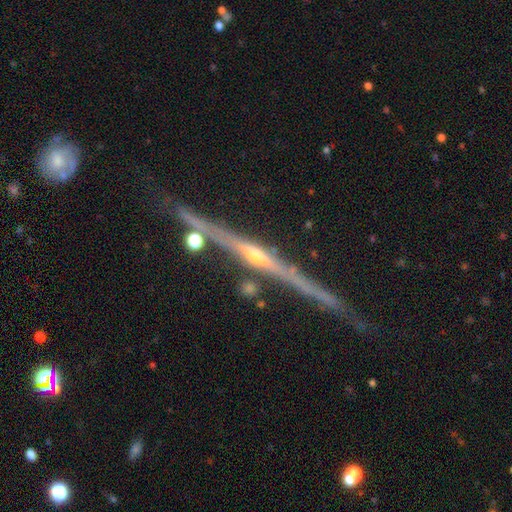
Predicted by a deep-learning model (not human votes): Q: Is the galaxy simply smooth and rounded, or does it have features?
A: featured or disk — 84%.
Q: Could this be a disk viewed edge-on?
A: yes — 97%.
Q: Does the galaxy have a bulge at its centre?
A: rounded — 71%.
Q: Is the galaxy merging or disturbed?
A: none — 79%.